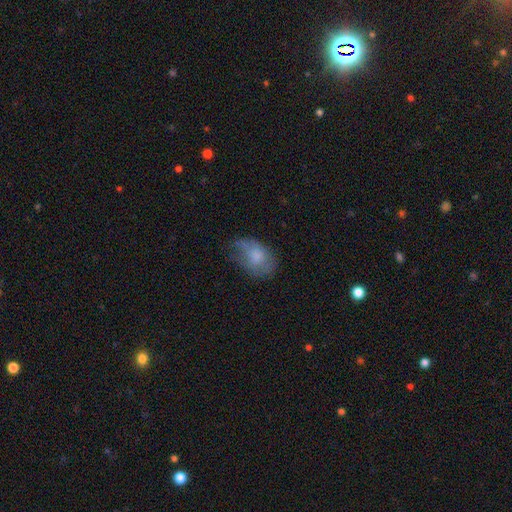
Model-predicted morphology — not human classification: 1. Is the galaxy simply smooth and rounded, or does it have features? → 66% smooth, 25% featured or disk, 9% star or artifact.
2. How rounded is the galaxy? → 84% in between, 14% round, 2% cigar-shaped.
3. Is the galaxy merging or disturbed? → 40% none, 35% minor disturbance, 23% major disturbance, 2% merger.